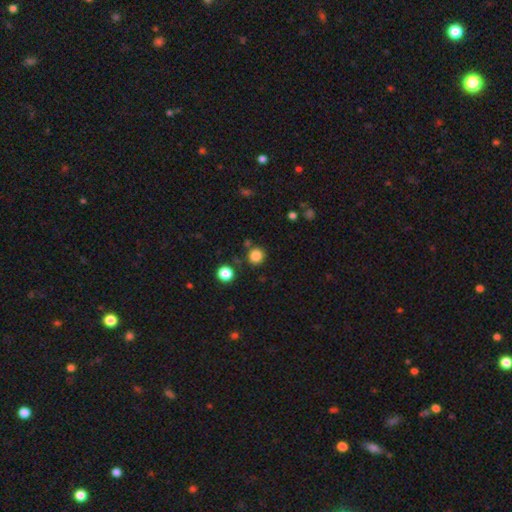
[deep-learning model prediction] Smooth or featured? smooth (84%)
How rounded? round (92%)
Merging? none (83%)